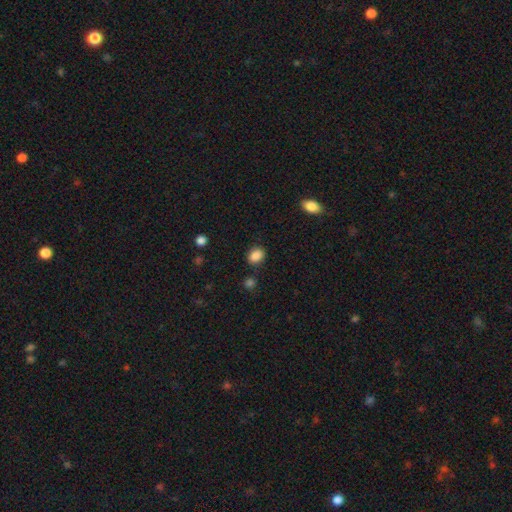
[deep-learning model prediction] This appears to be a smooth galaxy with no disk features (86%) that is in between round and cigar-shaped (62%). Merging: none (82%).